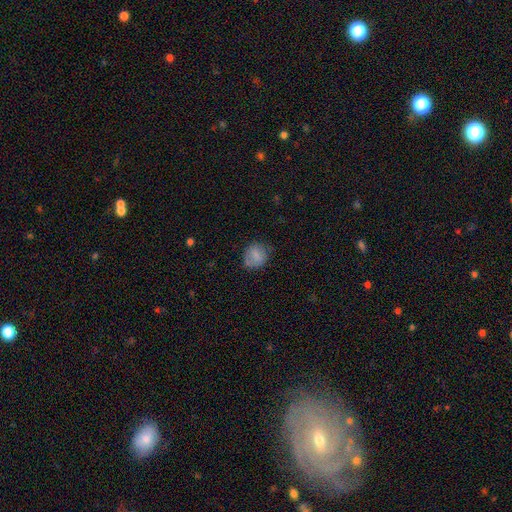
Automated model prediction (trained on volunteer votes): smooth 77%, featured or disk 14%, star or artifact 9%. Down the decision tree: how rounded — round (71%); merging — none (68%).